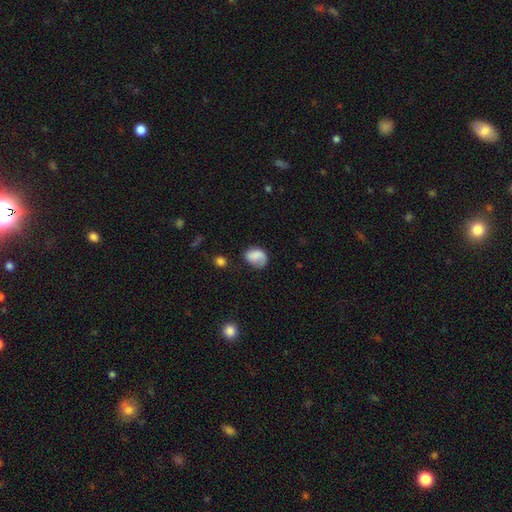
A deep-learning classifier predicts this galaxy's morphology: Overall: smooth (74%). How rounded: in between (63%; round 36%). Merging: none (50%; minor disturbance 29%).